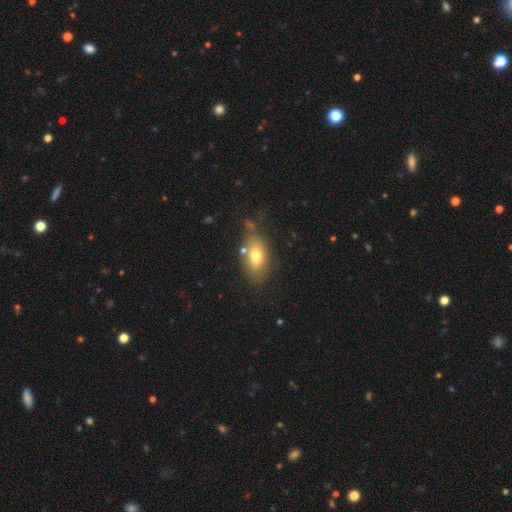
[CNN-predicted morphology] Smooth or featured? Predicted: smooth (p=0.74). How rounded? Predicted: in between (p=0.87). Merging? Predicted: none (p=0.67).